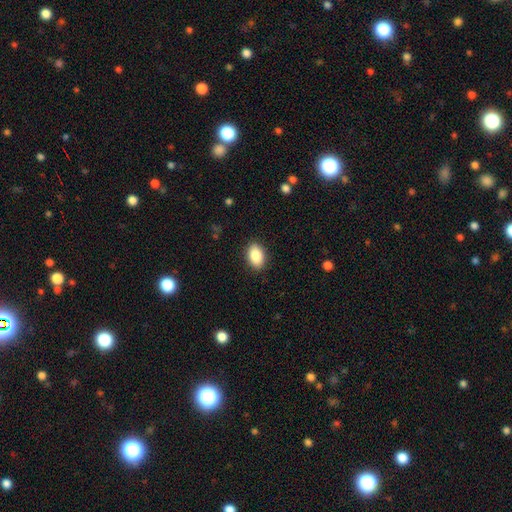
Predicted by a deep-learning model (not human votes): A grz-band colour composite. It shows a smooth galaxy with no disk features (87%) that is in between round and cigar-shaped (88%). Merging: none (88%).